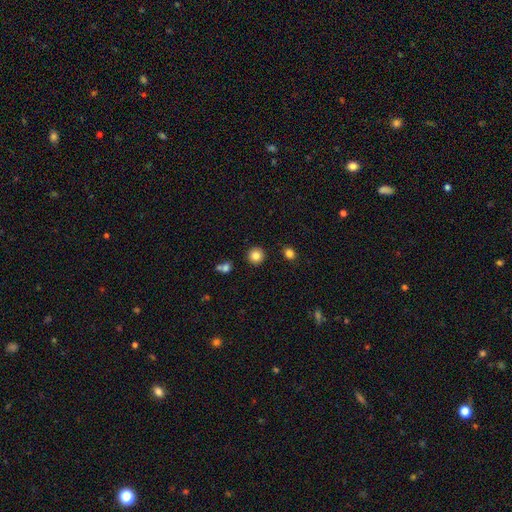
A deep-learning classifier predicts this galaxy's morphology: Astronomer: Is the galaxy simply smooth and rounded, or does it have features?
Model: smooth — 84%.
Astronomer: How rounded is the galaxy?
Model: round — 93%.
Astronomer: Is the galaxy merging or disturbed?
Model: none — 90%.